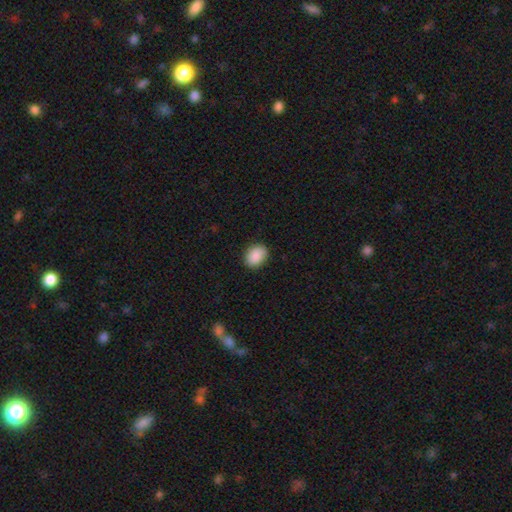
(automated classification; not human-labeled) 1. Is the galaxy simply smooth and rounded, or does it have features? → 89% smooth, 7% star or artifact, 3% featured or disk.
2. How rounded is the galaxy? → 66% in between, 33% round, 1% cigar-shaped.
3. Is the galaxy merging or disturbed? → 89% none, 8% minor disturbance, 2% major disturbance, 1% merger.